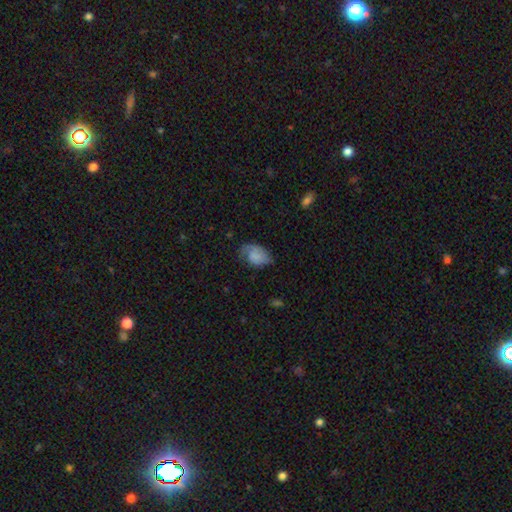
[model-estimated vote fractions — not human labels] smooth 63%, featured or disk 29%, star or artifact 8%. Down the decision tree: how rounded — in between (83%); merging — none (47%).